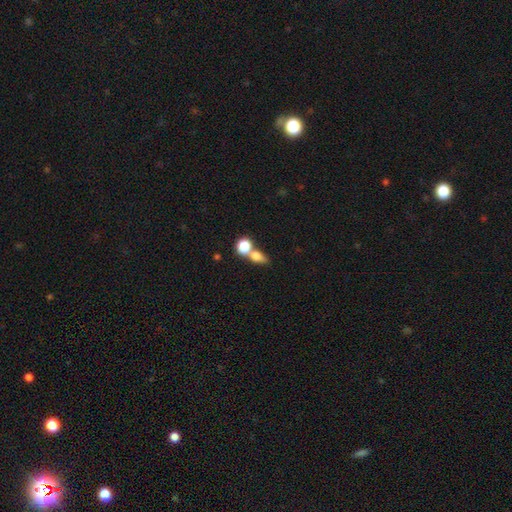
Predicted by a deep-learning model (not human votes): This appears to be a smooth galaxy with no disk features (76%) that is in between round and cigar-shaped (54%). Merging: merger (56%).